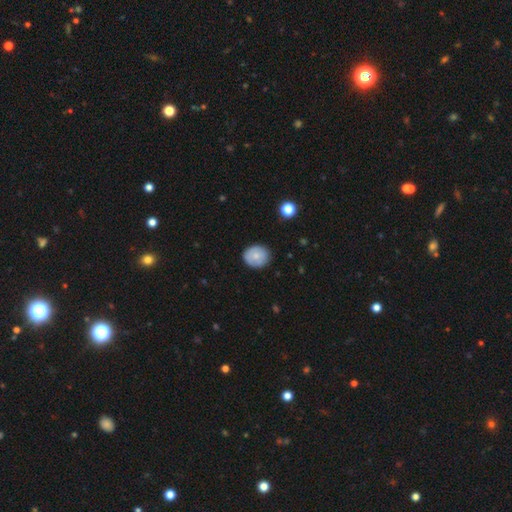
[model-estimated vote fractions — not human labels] The model was most divided on "how rounded": round: 72%, in between: 27%, cigar-shaped: 1%. More confident: merging — none (84%); smooth or featured — smooth (72%).